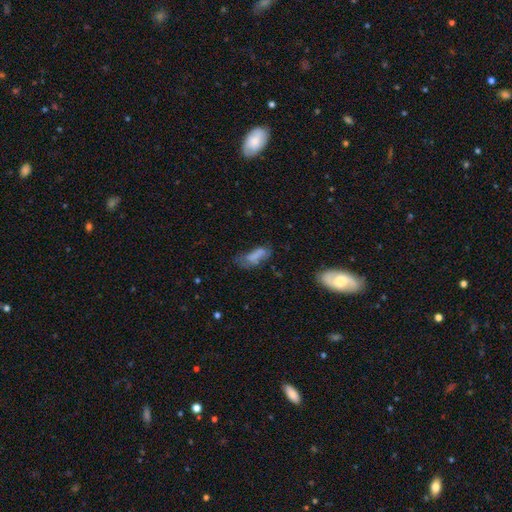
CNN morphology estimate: Smooth or featured: smooth — 65% (featured or disk — 23%)
How rounded: in between — 70% (cigar-shaped — 27%)
Merging: none — 32% (major disturbance — 30%)